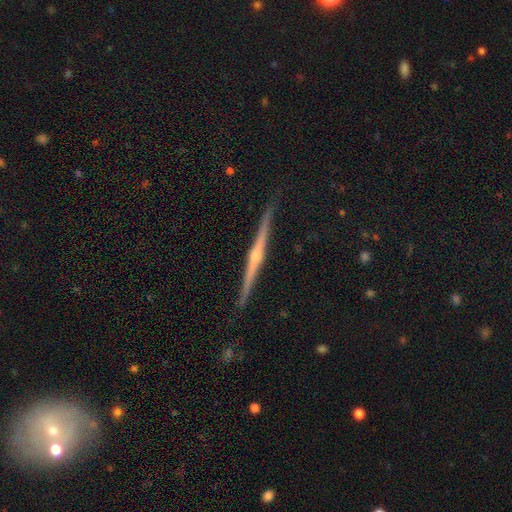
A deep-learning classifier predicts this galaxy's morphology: Q: Smooth or featured?
A: featured or disk (85%); runner-up: smooth (10%)
Q: Edge-on disk?
A: yes (99%); runner-up: no (1%)
Q: Edge-on bulge?
A: rounded (86%); runner-up: none (10%)
Q: Merging?
A: none (91%); runner-up: minor disturbance (7%)